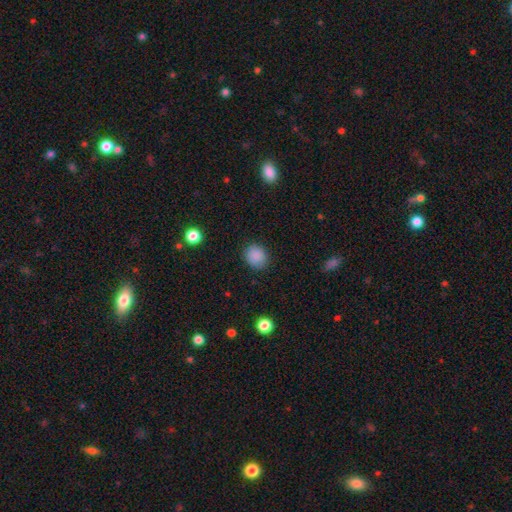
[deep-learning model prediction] Smooth or featured? smooth (87%)
How rounded? round (69%)
Merging? none (85%)